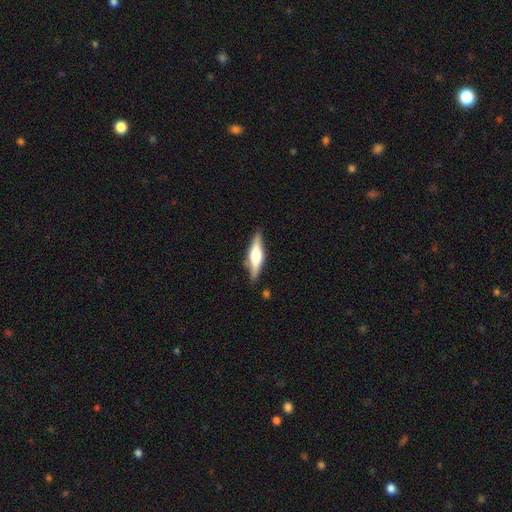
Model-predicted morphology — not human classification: Smooth or featured? featured or disk (64%)
Edge-on disk? yes (96%)
Edge-on bulge? rounded (88%)
Merging? none (84%)